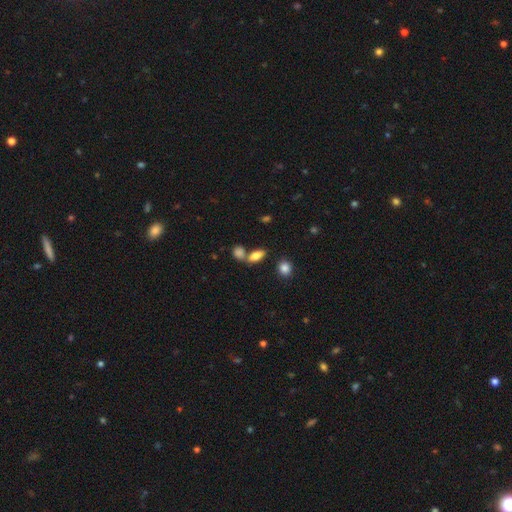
smooth_or_featured: smooth (p=0.85) [alt: featured or disk p=0.13]
how_rounded: in between (p=0.88) [alt: cigar-shaped p=0.12]
merging: none (p=0.53) [alt: merger p=0.34]